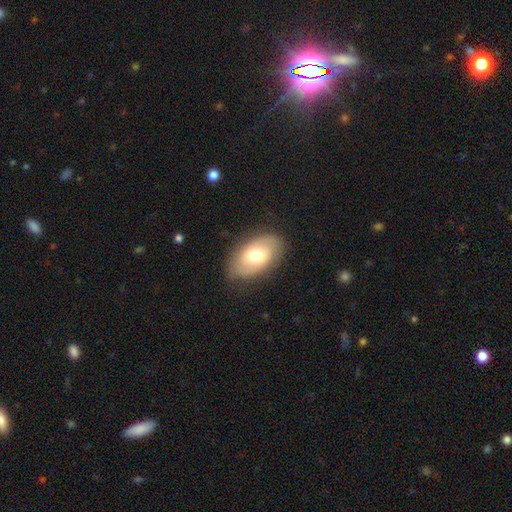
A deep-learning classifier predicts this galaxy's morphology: smooth-or-featured: smooth: 59% | featured or disk: 34% | star or artifact: 7%
  how-rounded: in between: 92% | round: 6% | cigar-shaped: 2%
  merging: none: 78% | minor disturbance: 16% | major disturbance: 4% | merger: 1%